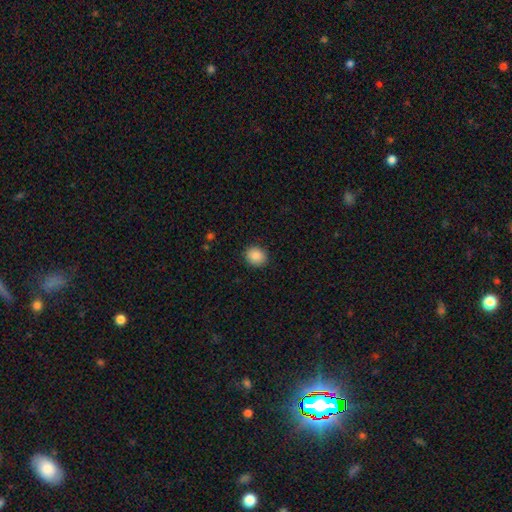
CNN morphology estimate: A smooth galaxy with no disk features (87%) that is round (77%). Merging: none (90%).